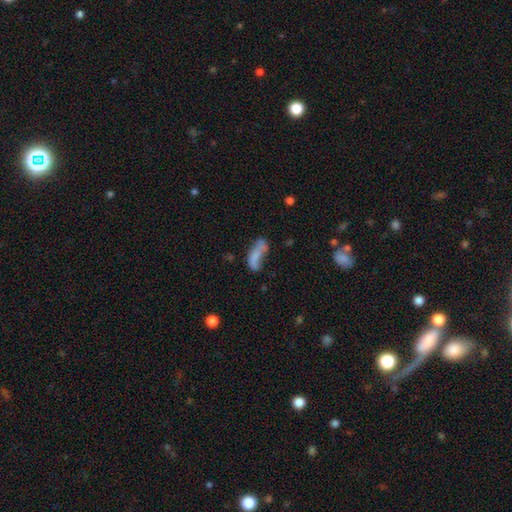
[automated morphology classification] Smooth or featured?
  - smooth: 61% *
  - featured or disk: 28%
  - star or artifact: 11%
How rounded?
  - in between: 71% *
  - cigar-shaped: 25%
  - round: 4%
Merging?
  - none: 31% *
  - major disturbance: 26%
  - minor disturbance: 23%
  - merger: 20%